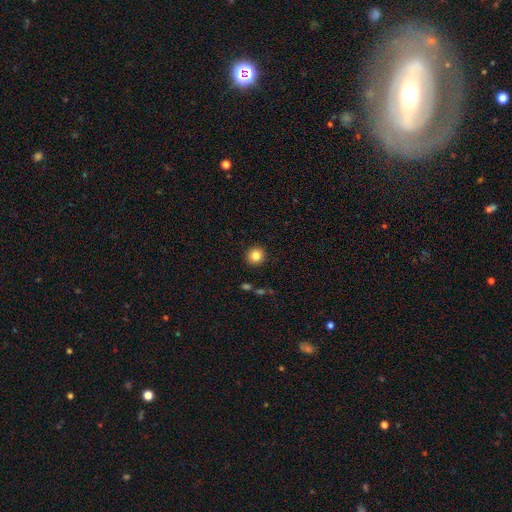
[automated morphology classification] Q: Smooth or featured?
A: smooth (84%); runner-up: star or artifact (10%)
Q: How rounded?
A: round (93%); runner-up: in between (6%)
Q: Merging?
A: none (92%); runner-up: minor disturbance (5%)